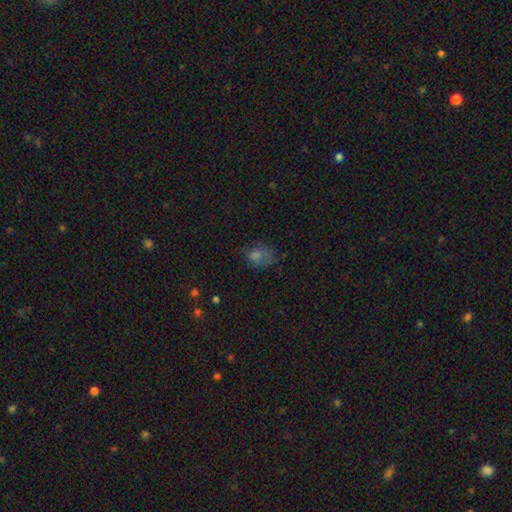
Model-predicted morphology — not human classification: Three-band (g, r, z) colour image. It shows a smooth galaxy with no disk features (67%) that is in between round and cigar-shaped (66%). Merging: none (47%).